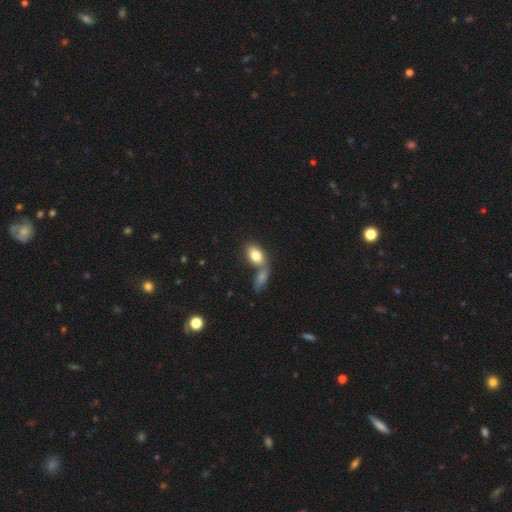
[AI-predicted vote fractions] Morphology: type=smooth (80%); roundness=in between (88%); merging=merger (52%).